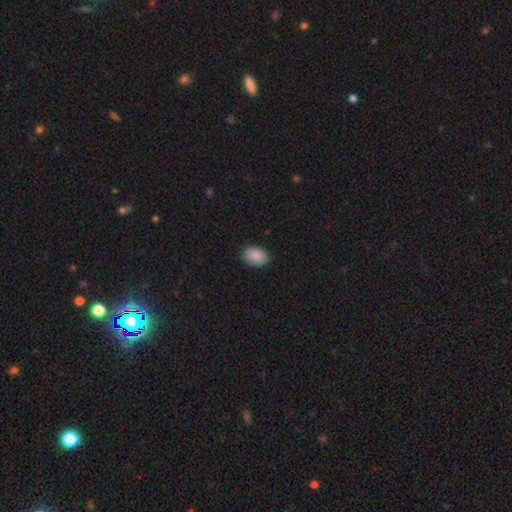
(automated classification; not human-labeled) smooth 89%, star or artifact 7%, featured or disk 4%. Down the decision tree: how rounded — in between (84%); merging — none (87%).